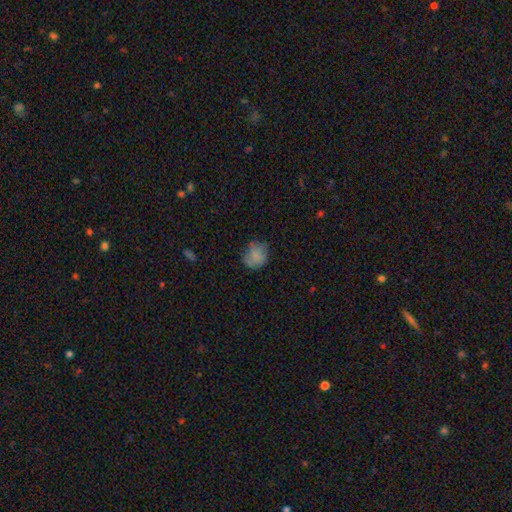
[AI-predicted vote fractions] Q: Smooth or featured?
A: smooth (75%); runner-up: featured or disk (15%)
Q: How rounded?
A: round (74%); runner-up: in between (25%)
Q: Merging?
A: none (62%); runner-up: minor disturbance (26%)